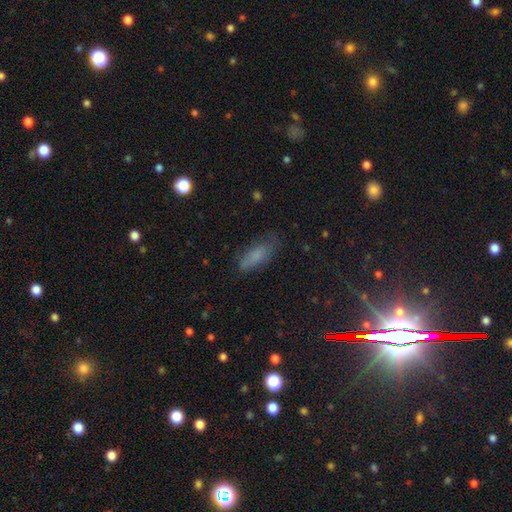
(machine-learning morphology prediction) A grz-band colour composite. It shows a smooth galaxy with no disk features (74%) that is in between round and cigar-shaped (72%). Merging: none (66%).